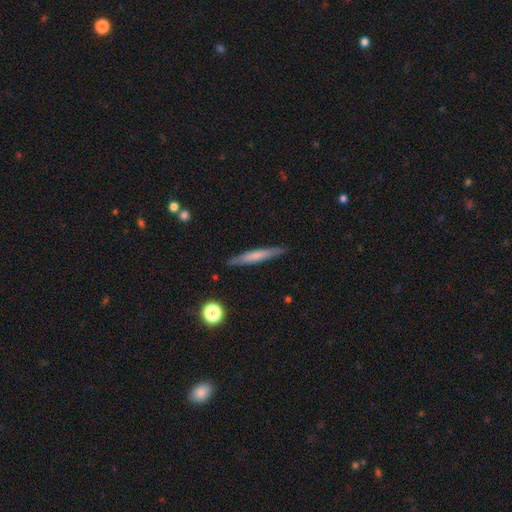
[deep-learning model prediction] A smooth galaxy with no disk features (61%) that is cigar-shaped (94%).

Vote fractions:
- Smooth or featured? smooth: 61% / featured or disk: 33% / star or artifact: 6%
- How rounded? cigar-shaped: 94% / in between: 4% / round: 1%
- Merging? none: 88% / minor disturbance: 8% / major disturbance: 2% / merger: 1%